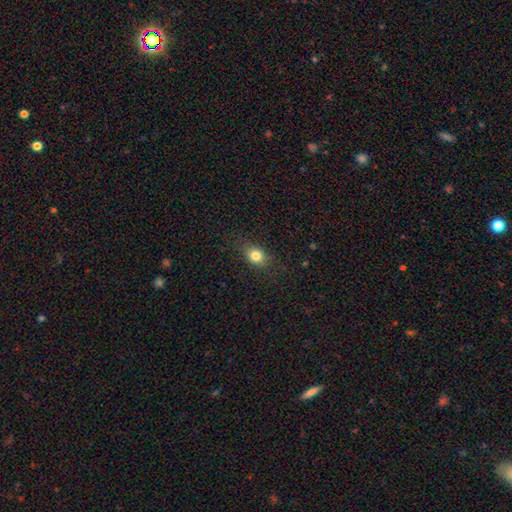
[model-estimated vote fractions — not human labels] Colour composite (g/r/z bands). It shows a smooth galaxy with no disk features (81%) that is round (50%). Merging: none (82%).